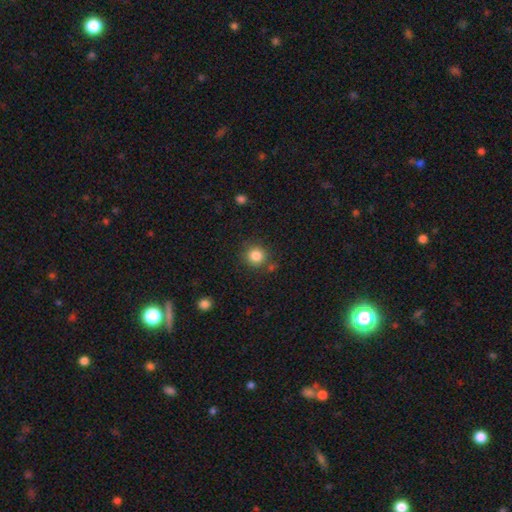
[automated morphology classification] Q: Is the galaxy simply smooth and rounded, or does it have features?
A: smooth — 84%.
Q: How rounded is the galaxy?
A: round — 91%.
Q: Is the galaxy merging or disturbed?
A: none — 81%.